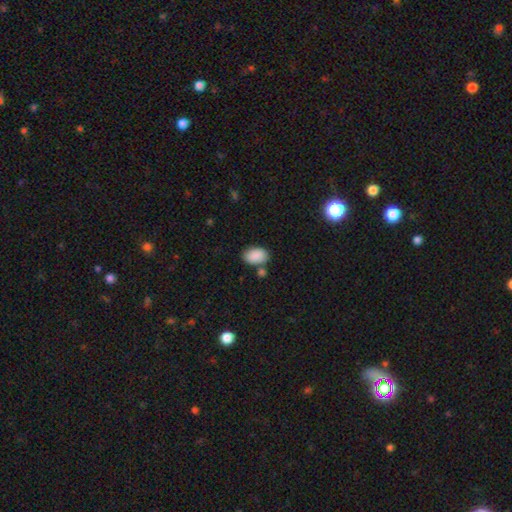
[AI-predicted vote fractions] Q: Smooth or featured?
A: smooth (88%); runner-up: star or artifact (8%)
Q: How rounded?
A: in between (89%); runner-up: round (10%)
Q: Merging?
A: none (71%); runner-up: minor disturbance (14%)